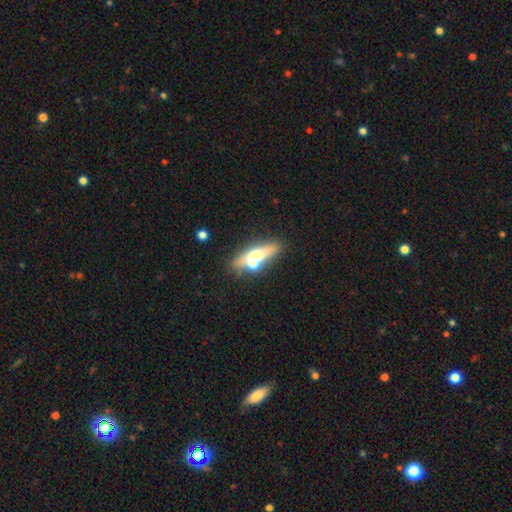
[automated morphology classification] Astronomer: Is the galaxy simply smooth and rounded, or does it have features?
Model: featured or disk — 45%, tied with smooth at 45%.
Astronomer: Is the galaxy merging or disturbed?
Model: none — 60%.